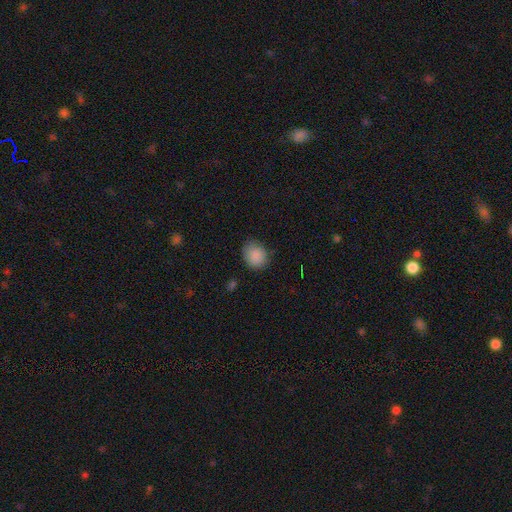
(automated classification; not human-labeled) smooth_or_featured: smooth (p=0.88) [alt: star or artifact p=0.08]
how_rounded: round (p=0.62) [alt: in between p=0.37]
merging: none (p=0.77) [alt: minor disturbance p=0.18]